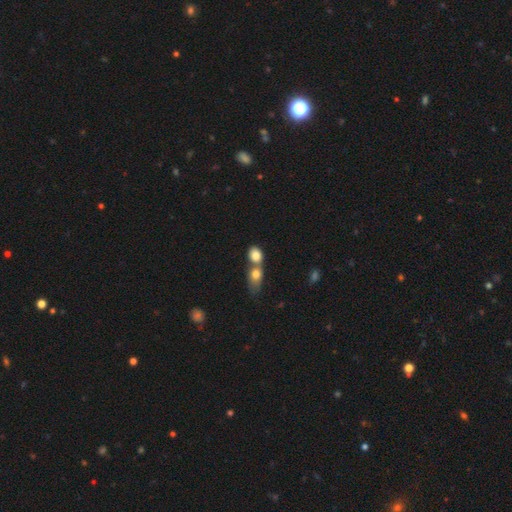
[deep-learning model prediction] Smooth or featured? smooth (80%)
How rounded? in between (58%)
Merging? merger (65%)